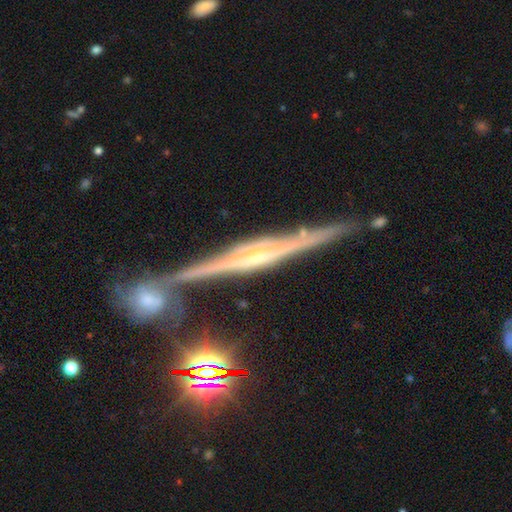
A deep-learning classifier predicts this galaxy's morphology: A featured or disk galaxy (86%) viewed edge-on (96%) with a rounded central bulge (55%). Merging: none (78%).